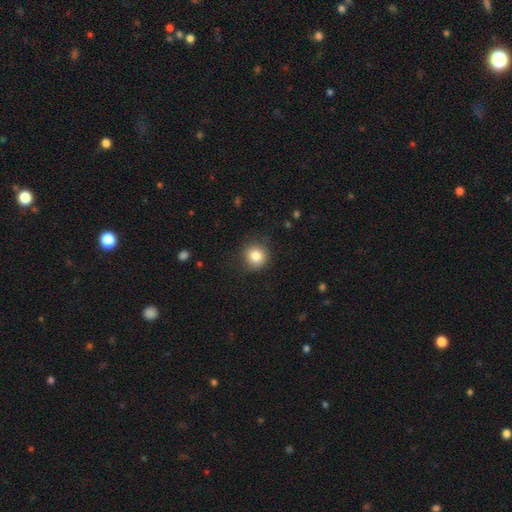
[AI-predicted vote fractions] Overall: smooth (83%). How rounded: round (91%). Merging: none (83%).